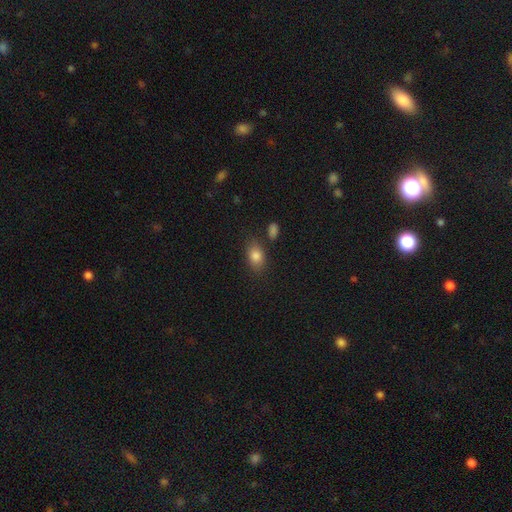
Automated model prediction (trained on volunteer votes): This appears to be a smooth galaxy with no disk features (83%) that is in between round and cigar-shaped (82%). Merging: none (74%).